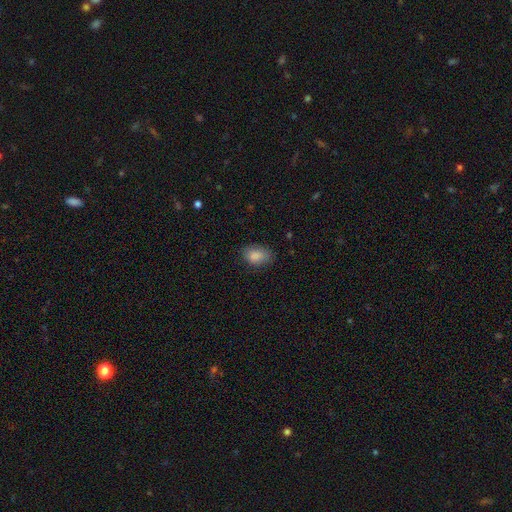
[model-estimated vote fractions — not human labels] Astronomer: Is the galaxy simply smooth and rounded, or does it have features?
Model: smooth — 86%.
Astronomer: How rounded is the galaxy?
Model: in between — 84%.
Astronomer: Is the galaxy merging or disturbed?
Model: none — 74%.